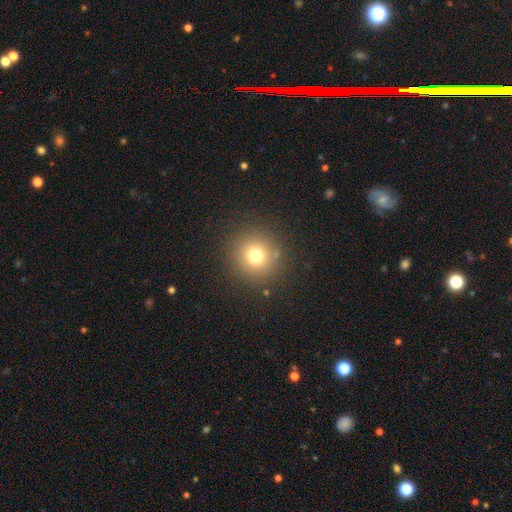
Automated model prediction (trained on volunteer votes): Morphology: type=smooth (73%); roundness=round (94%); merging=none (88%).